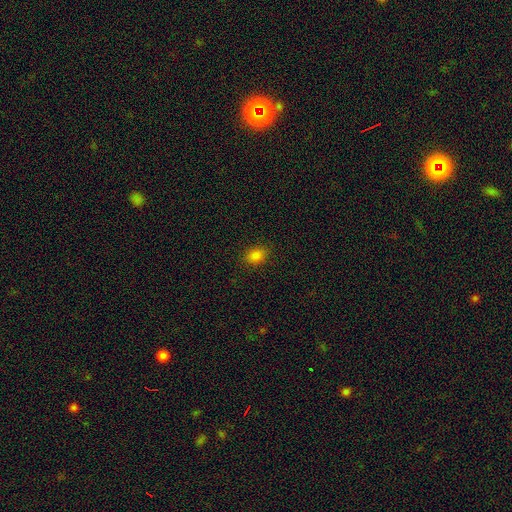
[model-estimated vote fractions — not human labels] The model was most divided on "how rounded": in between: 72%, round: 27%, cigar-shaped: 1%. More confident: merging — none (87%); smooth or featured — smooth (83%).